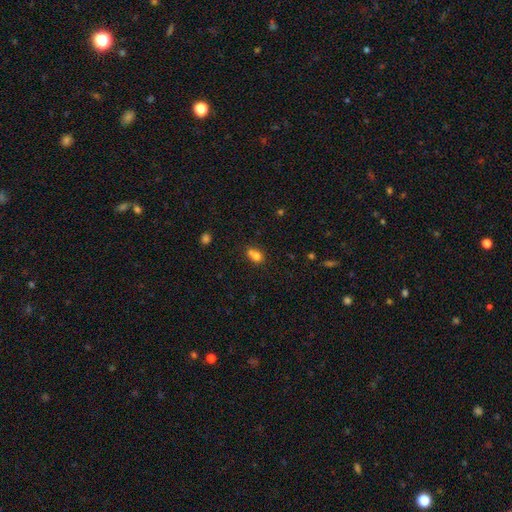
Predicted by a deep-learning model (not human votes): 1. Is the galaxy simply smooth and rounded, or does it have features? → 73% smooth, 13% star or artifact, 13% featured or disk.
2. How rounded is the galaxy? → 58% round, 40% in between, 2% cigar-shaped.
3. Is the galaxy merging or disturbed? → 54% merger, 32% none, 10% minor disturbance, 4% major disturbance.